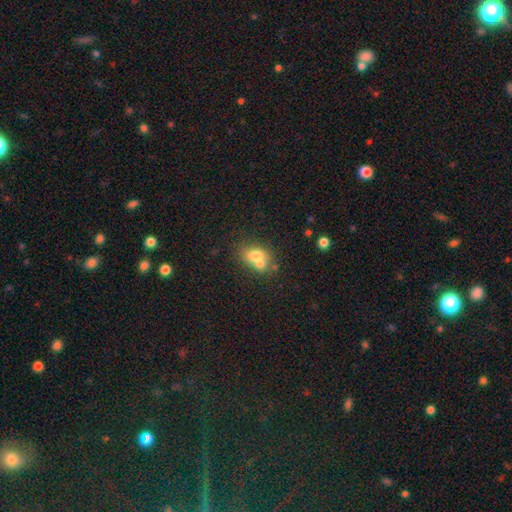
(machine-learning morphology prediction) type=smooth (68%); roundness=in between (58%); merging=merger (56%).